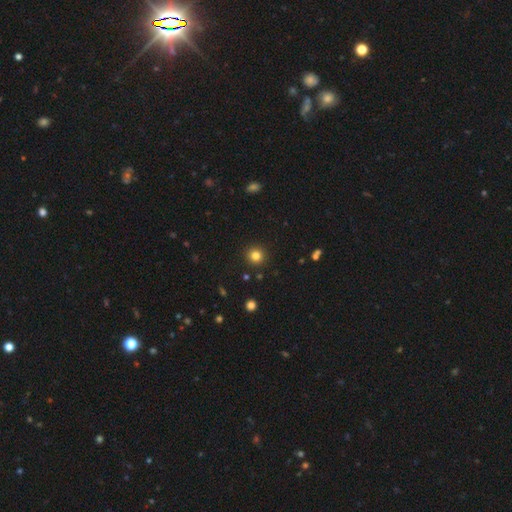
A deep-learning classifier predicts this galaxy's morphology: smooth 82%, star or artifact 13%, featured or disk 5%. Down the decision tree: how rounded — round (95%); merging — none (92%).